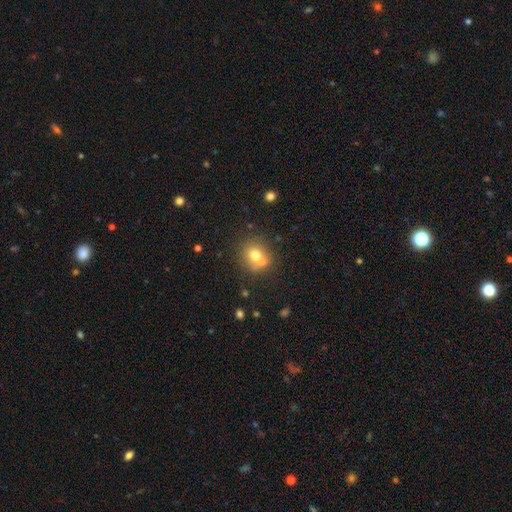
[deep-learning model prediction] smooth-or-featured: smooth: 70% | featured or disk: 17% | star or artifact: 13%
  how-rounded: round: 79% | in between: 20% | cigar-shaped: 1%
  merging: none: 54% | merger: 29% | minor disturbance: 13% | major disturbance: 5%